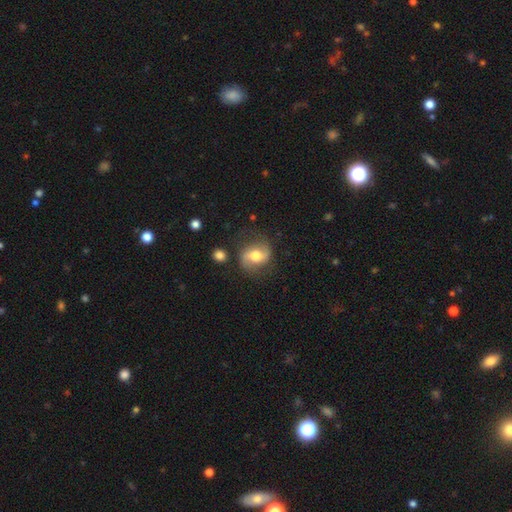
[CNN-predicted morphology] The model was most divided on "bar": weak: 41%, no: 35%, strong: 24%. Remaining: edge-on disk — no (96%); spiral arm count — 2 (89%); spiral arms — yes (86%); merging — none (72%); bulge size — moderate (63%); smooth or featured — featured or disk (62%); spiral winding — loose (47%).